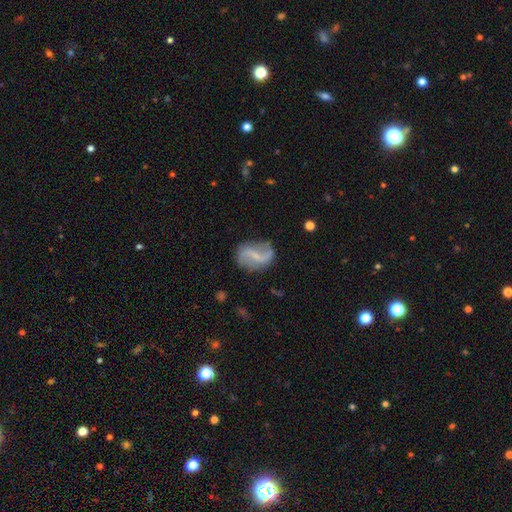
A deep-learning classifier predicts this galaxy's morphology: This is likely a featured or disk galaxy (79%). It is clearly not viewed edge-on (97%). Bar: marginally weak (44%). Spiral arm pattern: clearly yes (91%). Spiral arm count: clearly 2 (90%). Spiral winding: likely loose (73%). Central bulge: likely small (62%). Merging: likely none (73%).